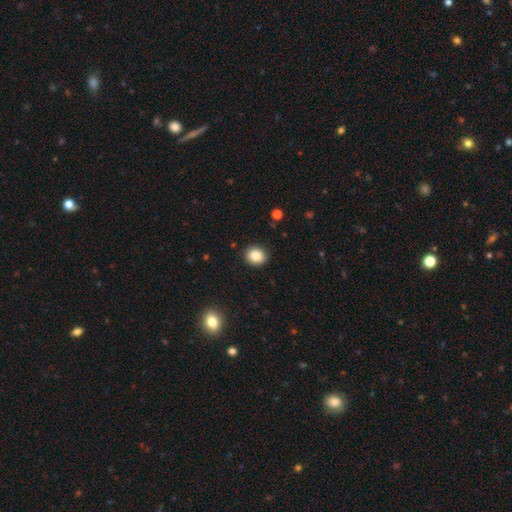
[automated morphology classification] smooth-or-featured: smooth: 85% | star or artifact: 10% | featured or disk: 5%
  how-rounded: round: 69% | in between: 30% | cigar-shaped: 1%
  merging: none: 91% | minor disturbance: 6% | major disturbance: 2% | merger: 1%